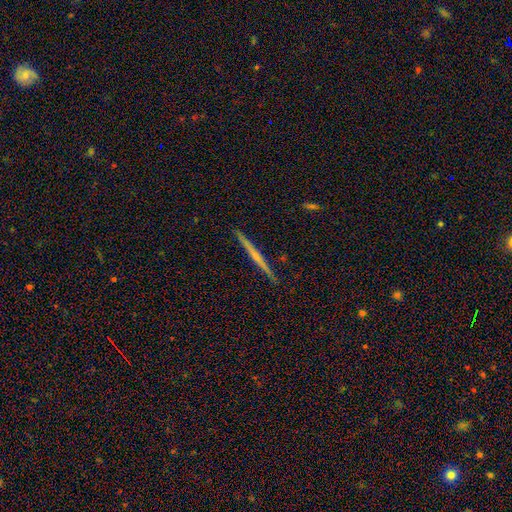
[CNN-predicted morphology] Q: Smooth or featured?
A: featured or disk (60%); runner-up: smooth (33%)
Q: Edge-on disk?
A: yes (98%); runner-up: no (2%)
Q: Edge-on bulge?
A: none (70%); runner-up: rounded (23%)
Q: Merging?
A: none (93%); runner-up: minor disturbance (5%)